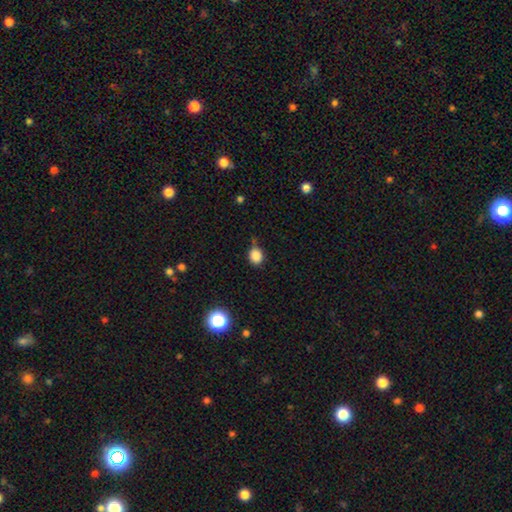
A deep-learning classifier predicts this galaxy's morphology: A smooth galaxy with no disk features (86%) that is round (69%). Merging: none (65%).